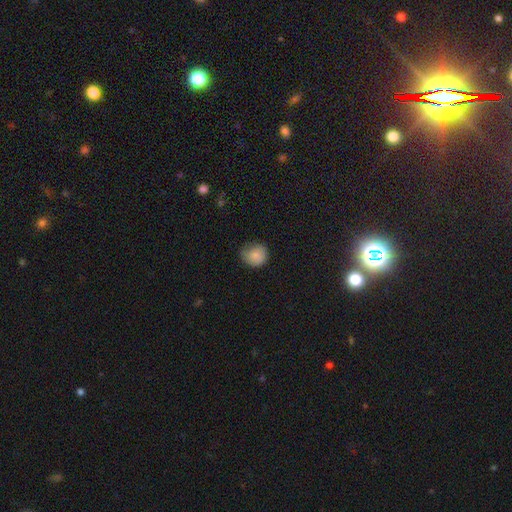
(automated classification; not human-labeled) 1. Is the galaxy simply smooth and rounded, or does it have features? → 83% smooth, 8% star or artifact, 8% featured or disk.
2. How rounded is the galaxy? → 81% round, 18% in between, 1% cigar-shaped.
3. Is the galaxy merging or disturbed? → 62% none, 31% minor disturbance, 6% major disturbance, 1% merger.